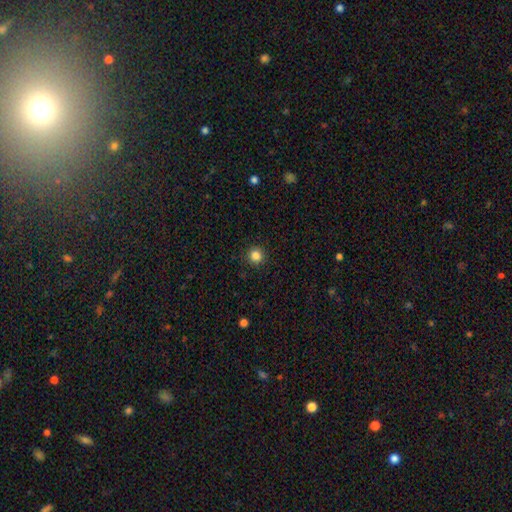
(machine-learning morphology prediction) This appears to be a smooth galaxy with no disk features (85%) that is round (94%). Merging: none (91%).